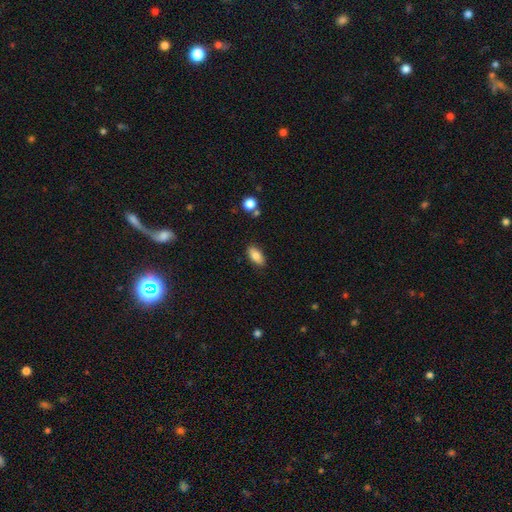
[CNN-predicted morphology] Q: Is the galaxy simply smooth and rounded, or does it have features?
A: smooth — 83%.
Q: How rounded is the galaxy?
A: in between — 88%.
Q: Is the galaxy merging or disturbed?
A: none — 85%.